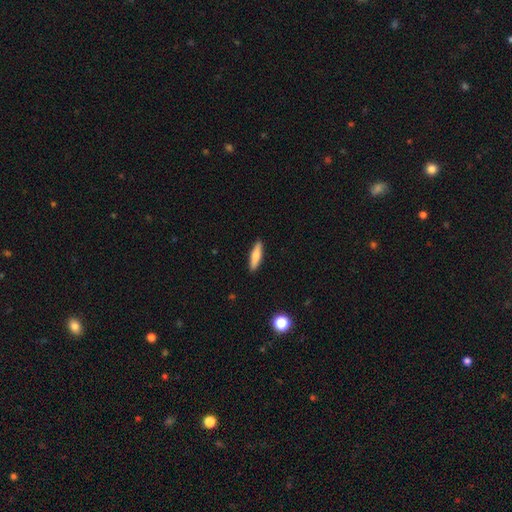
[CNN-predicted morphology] Smooth or featured?
  - smooth: 70% *
  - featured or disk: 24%
  - star or artifact: 6%
How rounded?
  - cigar-shaped: 74% *
  - in between: 25%
  - round: 2%
Merging?
  - none: 90% *
  - minor disturbance: 7%
  - major disturbance: 2%
  - merger: 1%